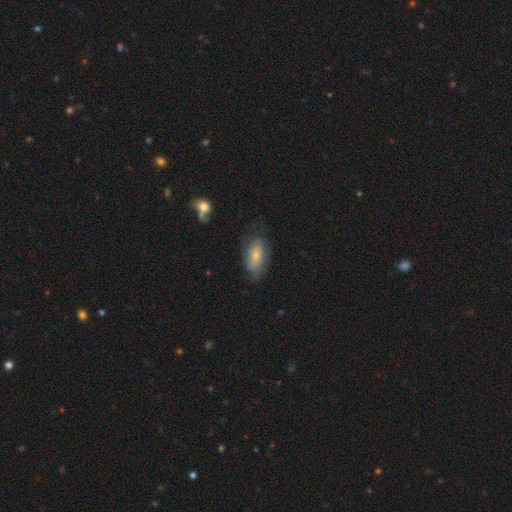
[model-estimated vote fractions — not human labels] A smooth galaxy with no disk features (57%) that is in between round and cigar-shaped (90%).

Vote fractions:
- Smooth or featured? smooth: 57% / featured or disk: 36% / star or artifact: 7%
- How rounded? in between: 90% / round: 6% / cigar-shaped: 4%
- Merging? none: 55% / minor disturbance: 27% / major disturbance: 15% / merger: 2%